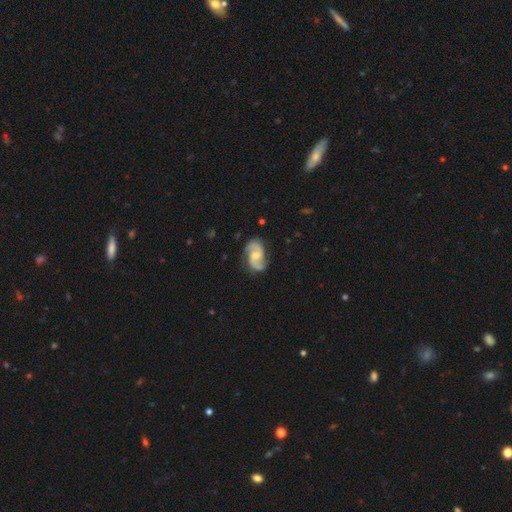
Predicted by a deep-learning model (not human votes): Smooth or featured?
  - featured or disk: 85% *
  - smooth: 10%
  - star or artifact: 5%
Edge-on disk?
  - no: 98% *
  - yes: 2%
Bar?
  - no: 47% *
  - weak: 43%
  - strong: 9%
Spiral arms?
  - yes: 97% *
  - no: 3%
Spiral winding?
  - medium: 52% *
  - loose: 30%
  - tight: 18%
Spiral arm count?
  - 2: 92% *
  - can't tell: 3%
  - 1: 1%
  - 3: 1%
  - 4: 1%
  - more than 4: 1%
Bulge size?
  - moderate: 52% *
  - small: 41%
  - none: 3%
  - large: 3%
  - dominant: 1%
Merging?
  - none: 78% *
  - minor disturbance: 16%
  - major disturbance: 5%
  - merger: 1%